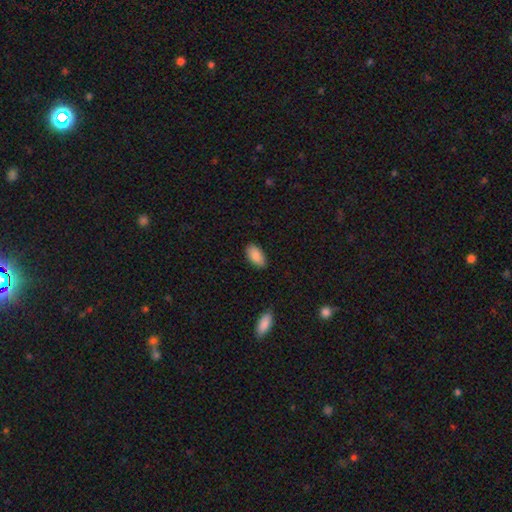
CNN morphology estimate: The model was most divided on "merging": none: 84%, minor disturbance: 12%, major disturbance: 2%, merger: 1%. More confident: how rounded — in between (94%); smooth or featured — smooth (89%).